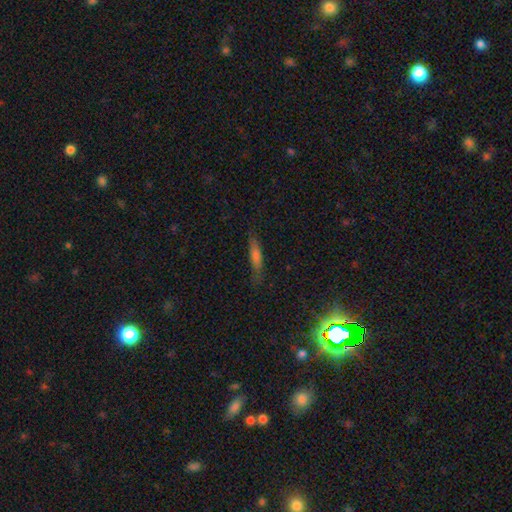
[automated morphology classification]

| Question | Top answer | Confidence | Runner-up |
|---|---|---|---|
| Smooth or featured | smooth | 56% | featured or disk (31%) |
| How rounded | cigar-shaped | 82% | in between (15%) |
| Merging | none | 79% | minor disturbance (16%) |